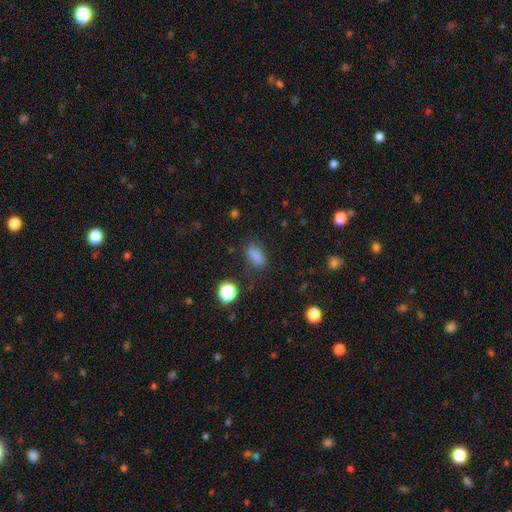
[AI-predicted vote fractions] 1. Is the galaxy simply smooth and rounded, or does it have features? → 81% smooth, 14% star or artifact, 5% featured or disk.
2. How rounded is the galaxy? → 83% in between, 11% round, 6% cigar-shaped.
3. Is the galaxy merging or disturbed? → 74% none, 18% minor disturbance, 6% major disturbance, 3% merger.